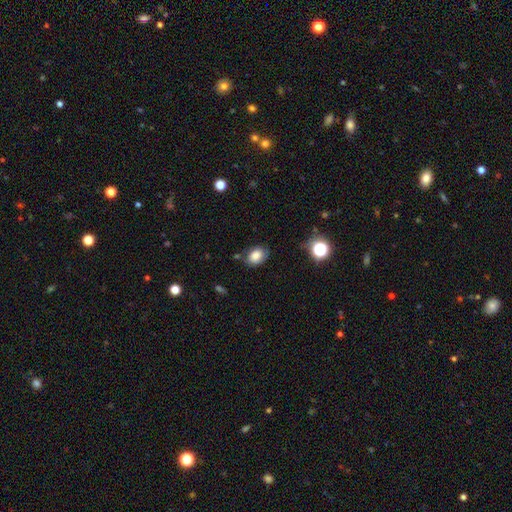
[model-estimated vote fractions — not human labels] Smooth or featured: smooth — 82% (star or artifact — 10%)
How rounded: in between — 75% (round — 24%)
Merging: none — 72% (minor disturbance — 20%)